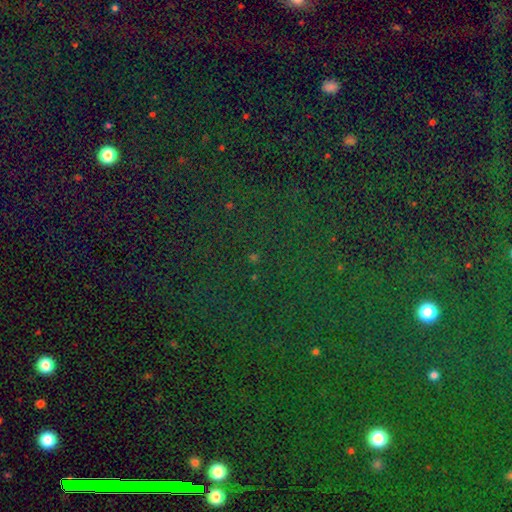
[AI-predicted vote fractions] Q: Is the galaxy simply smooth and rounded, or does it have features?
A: star or artifact — 77%.